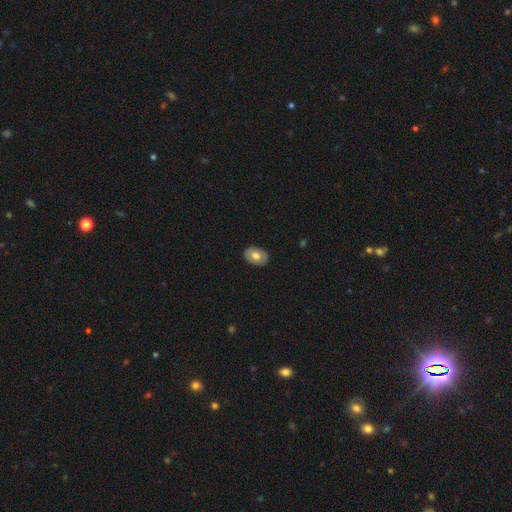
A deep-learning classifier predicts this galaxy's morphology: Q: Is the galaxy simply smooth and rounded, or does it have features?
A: smooth — 65%.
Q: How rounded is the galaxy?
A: in between — 79%.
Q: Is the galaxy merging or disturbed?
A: none — 88%.